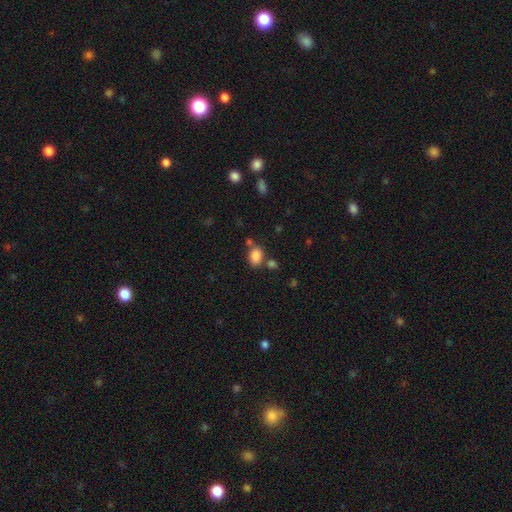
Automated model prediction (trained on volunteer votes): Q: Smooth or featured?
A: smooth (85%); runner-up: star or artifact (10%)
Q: How rounded?
A: in between (80%); runner-up: round (19%)
Q: Merging?
A: none (62%); runner-up: merger (18%)